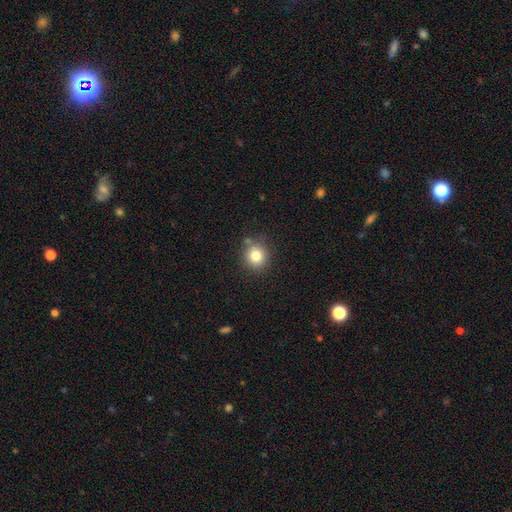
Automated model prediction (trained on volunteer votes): Smooth or featured: smooth — 82% (star or artifact — 11%)
How rounded: round — 86% (in between — 13%)
Merging: none — 80% (minor disturbance — 13%)